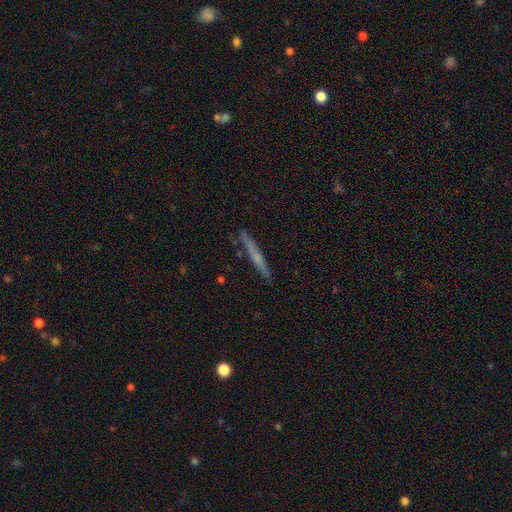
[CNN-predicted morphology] The model was most divided on "smooth or featured": featured or disk: 47%, smooth: 46%, star or artifact: 7%. More confident: merging — none (88%).